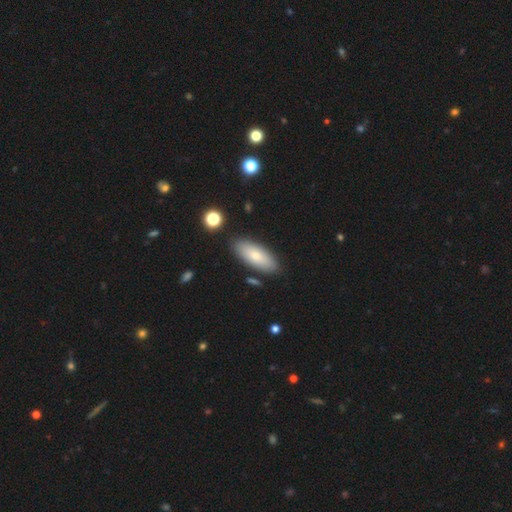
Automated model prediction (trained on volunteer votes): smooth-or-featured: smooth: 77% | featured or disk: 17% | star or artifact: 6%
  how-rounded: in between: 79% | cigar-shaped: 19% | round: 2%
  merging: none: 84% | minor disturbance: 10% | merger: 3% | major disturbance: 2%